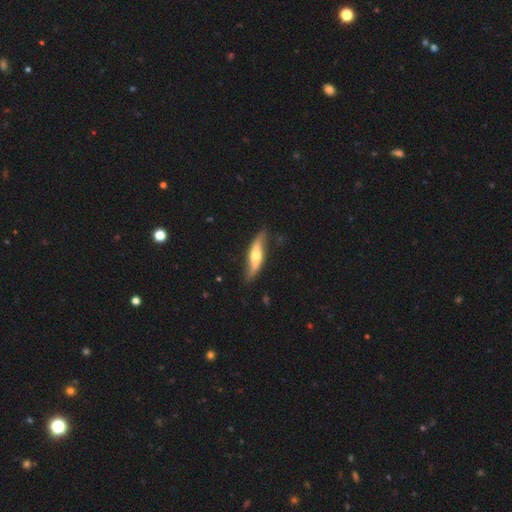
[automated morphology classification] Q: Smooth or featured?
A: featured or disk (62%); runner-up: smooth (33%)
Q: Edge-on disk?
A: yes (53%); runner-up: no (47%)
Q: Merging?
A: none (73%); runner-up: minor disturbance (20%)